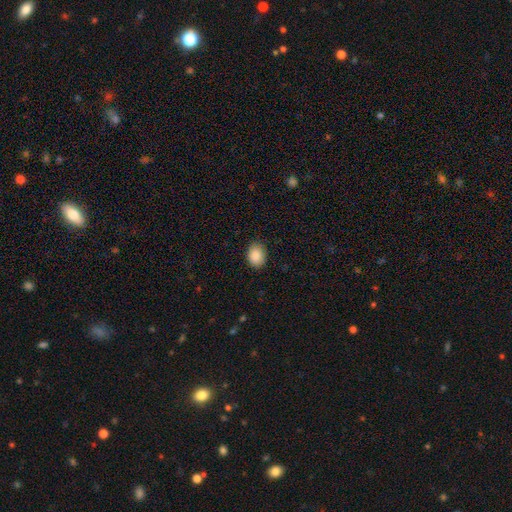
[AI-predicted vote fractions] The model was most divided on "how rounded": in between: 69%, round: 30%, cigar-shaped: 1%. More confident: smooth or featured — smooth (88%); merging — none (88%).